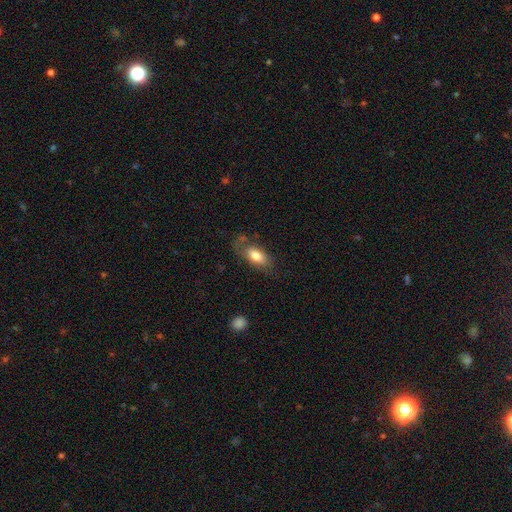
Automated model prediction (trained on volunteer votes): The model was most divided on "merging": none: 58%, minor disturbance: 25%, major disturbance: 13%, merger: 4%. More confident: how rounded — in between (88%); smooth or featured — smooth (76%).